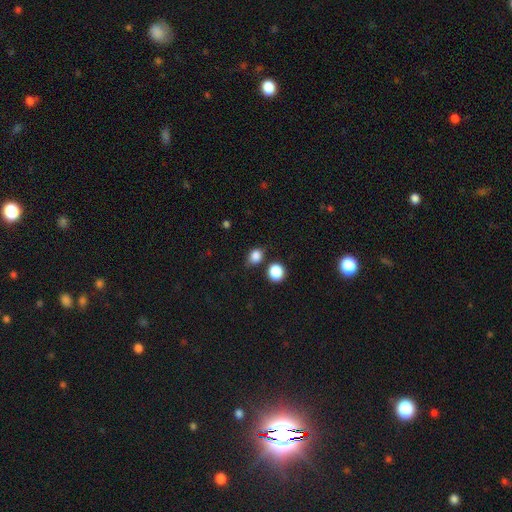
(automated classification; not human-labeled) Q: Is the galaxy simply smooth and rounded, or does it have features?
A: smooth — 84%.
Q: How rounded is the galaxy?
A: round — 61%.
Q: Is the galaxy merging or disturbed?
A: none — 70%.